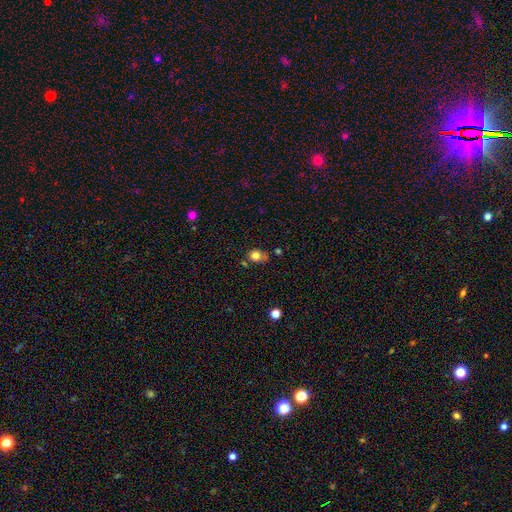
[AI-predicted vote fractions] Smooth or featured?
  - smooth: 79% *
  - star or artifact: 12%
  - featured or disk: 9%
How rounded?
  - round: 68% *
  - in between: 31%
  - cigar-shaped: 1%
Merging?
  - none: 59% *
  - minor disturbance: 23%
  - merger: 11%
  - major disturbance: 7%